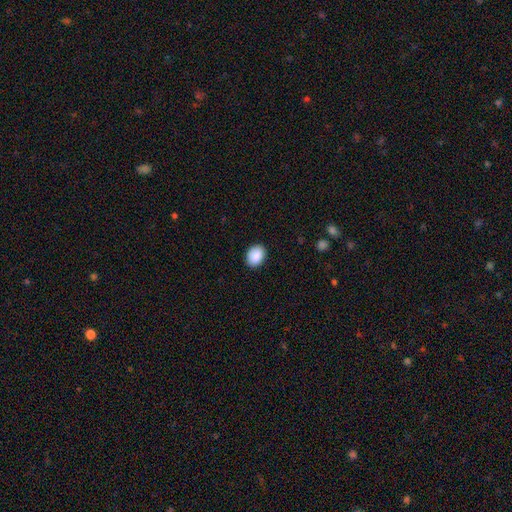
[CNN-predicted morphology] This is clearly a smooth galaxy (89%). How rounded: likely in between (65%). Merging: clearly none (88%).